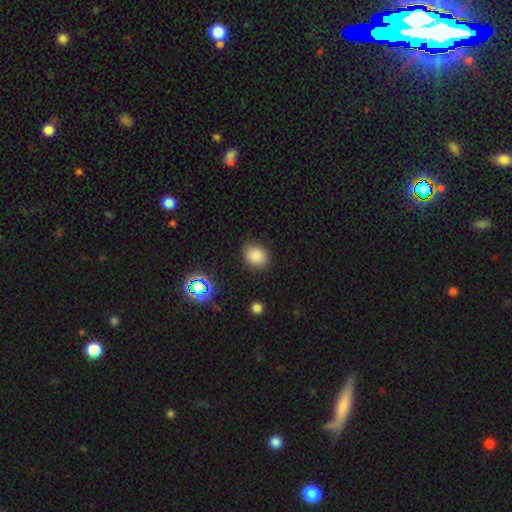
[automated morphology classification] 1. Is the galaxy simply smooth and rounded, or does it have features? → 81% smooth, 13% star or artifact, 6% featured or disk.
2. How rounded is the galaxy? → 51% round, 48% in between, 1% cigar-shaped.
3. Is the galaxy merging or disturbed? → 86% none, 10% minor disturbance, 3% major disturbance, 1% merger.